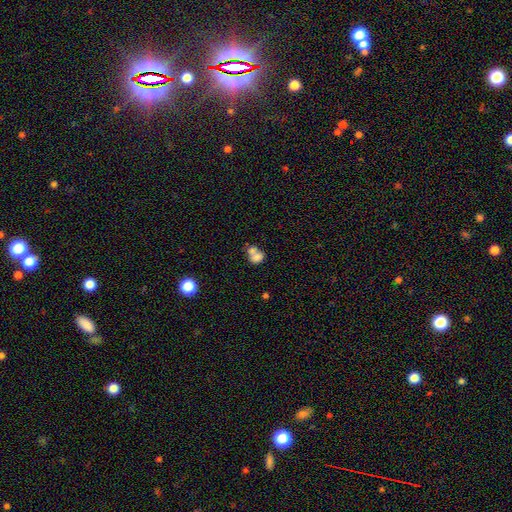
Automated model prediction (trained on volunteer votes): Smooth or featured?
  - smooth: 71% *
  - featured or disk: 18%
  - star or artifact: 11%
How rounded?
  - in between: 55% *
  - round: 44%
  - cigar-shaped: 1%
Merging?
  - merger: 63% *
  - none: 22%
  - minor disturbance: 8%
  - major disturbance: 6%